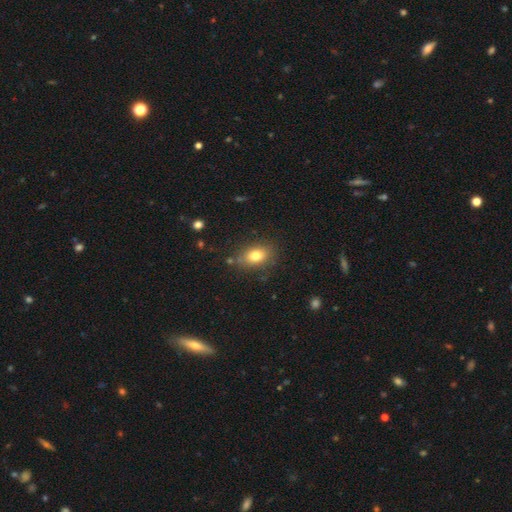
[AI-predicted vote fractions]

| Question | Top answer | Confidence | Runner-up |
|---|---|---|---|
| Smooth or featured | smooth | 79% | featured or disk (11%) |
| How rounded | in between | 79% | round (18%) |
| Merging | none | 80% | minor disturbance (13%) |